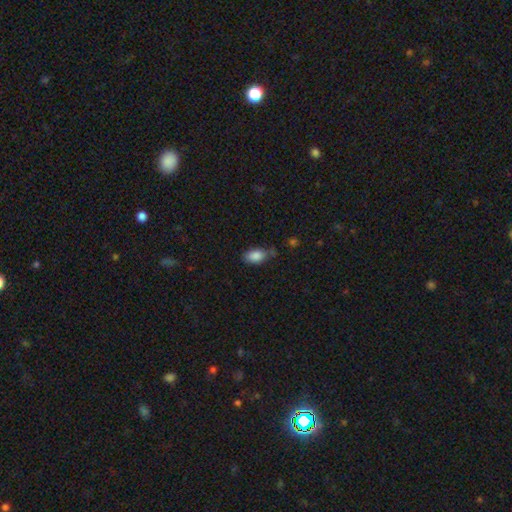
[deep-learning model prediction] This is clearly a smooth galaxy (87%). How rounded: clearly in between (91%). Merging: likely none (61%).